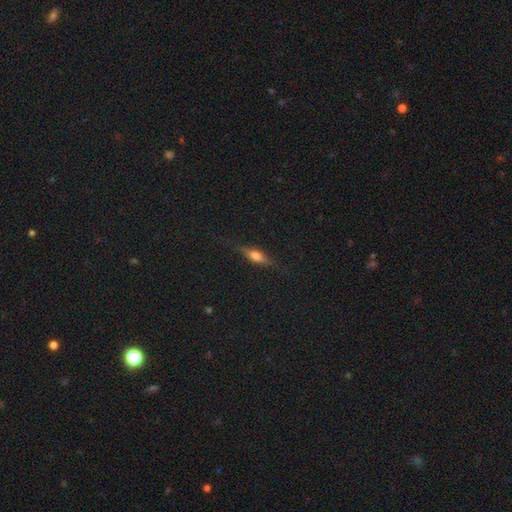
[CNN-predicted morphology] Smooth or featured: smooth — 46% (featured or disk — 45%)
Merging: none — 83% (minor disturbance — 12%)